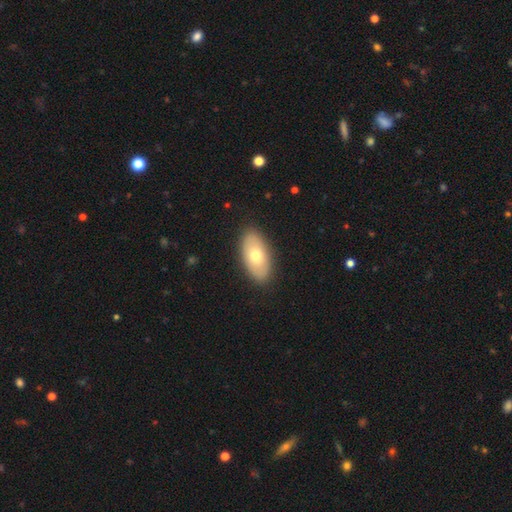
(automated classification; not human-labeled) The model was most divided on "smooth or featured": smooth: 64%, featured or disk: 30%, star or artifact: 6%. More confident: how rounded — in between (93%); merging — none (88%).